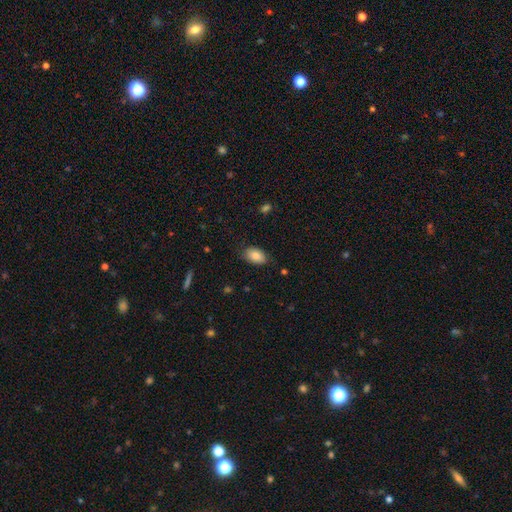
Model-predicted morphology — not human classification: smooth_or_featured: smooth (p=0.83) [alt: featured or disk p=0.09]
how_rounded: in between (p=0.92) [alt: round p=0.07]
merging: none (p=0.81) [alt: minor disturbance p=0.15]